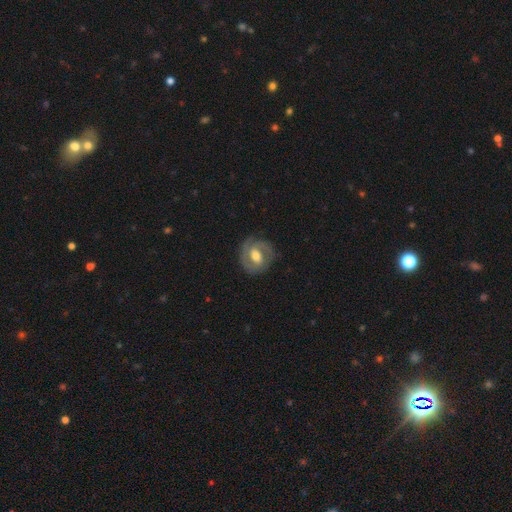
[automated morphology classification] Smooth or featured? featured or disk (77%)
Edge-on disk? no (97%)
Bar? weak (50%)
Spiral arms? yes (88%)
Spiral winding? tight (50%)
Spiral arm count? 2 (83%)
Bulge size? moderate (67%)
Merging? none (79%)